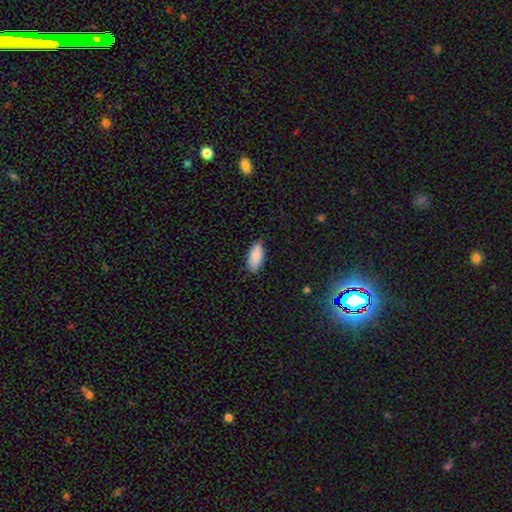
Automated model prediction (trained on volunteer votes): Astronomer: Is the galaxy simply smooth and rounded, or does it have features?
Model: smooth — 89%.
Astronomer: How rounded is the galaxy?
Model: in between — 91%.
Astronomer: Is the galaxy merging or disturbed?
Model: none — 83%.